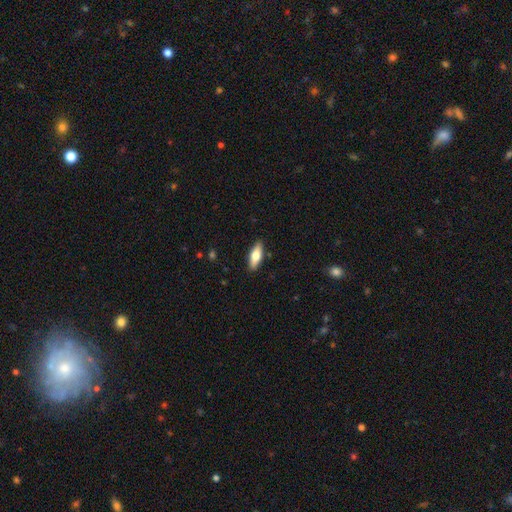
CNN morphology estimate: A smooth galaxy with no disk features (66%) that is in between round and cigar-shaped (62%). Merging: none (89%).